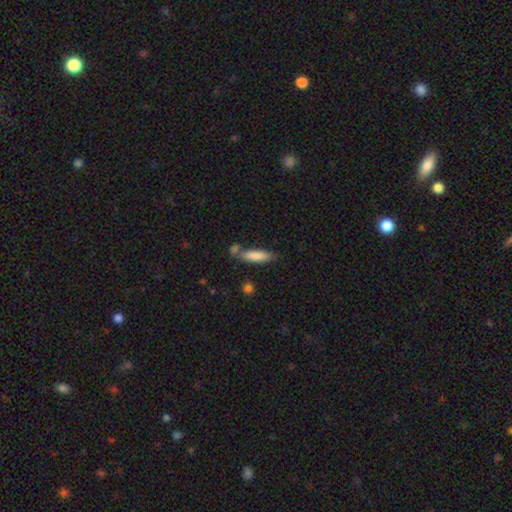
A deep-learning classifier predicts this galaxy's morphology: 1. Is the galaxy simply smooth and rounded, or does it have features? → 81% smooth, 12% featured or disk, 6% star or artifact.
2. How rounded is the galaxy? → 71% cigar-shaped, 27% in between, 2% round.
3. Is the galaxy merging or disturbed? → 65% none, 16% minor disturbance, 15% merger, 4% major disturbance.